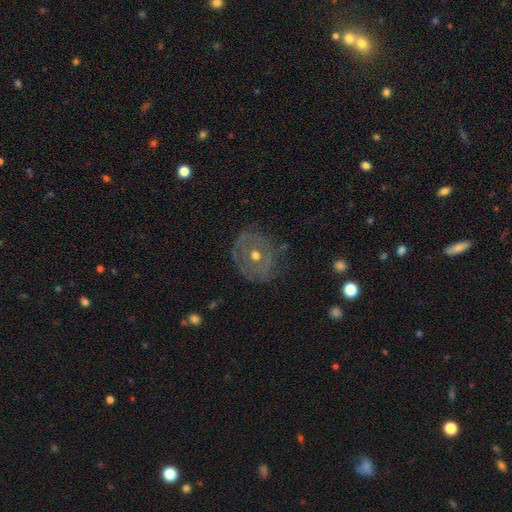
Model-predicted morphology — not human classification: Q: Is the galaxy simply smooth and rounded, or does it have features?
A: featured or disk — 63%.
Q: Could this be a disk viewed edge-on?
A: no — 96%.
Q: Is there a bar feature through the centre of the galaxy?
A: no — 86%.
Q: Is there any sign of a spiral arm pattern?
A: no — 64%.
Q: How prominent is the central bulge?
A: moderate — 70%.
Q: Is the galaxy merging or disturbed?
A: none — 70%.